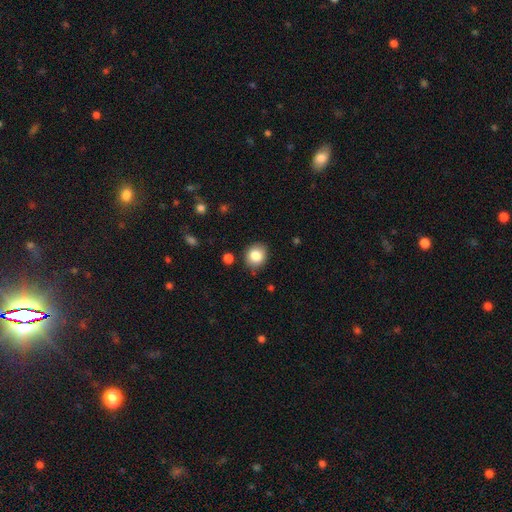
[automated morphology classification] This is clearly a smooth galaxy (84%). How rounded: likely round (79%). Merging: clearly none (85%).